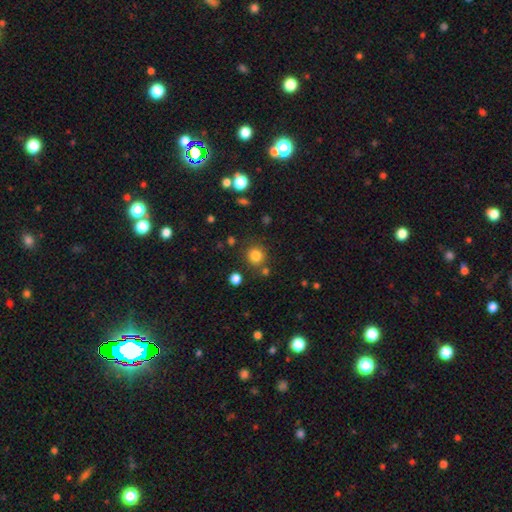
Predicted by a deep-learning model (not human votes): Q: Smooth or featured?
A: smooth (82%); runner-up: star or artifact (13%)
Q: How rounded?
A: round (92%); runner-up: in between (7%)
Q: Merging?
A: none (82%); runner-up: minor disturbance (8%)